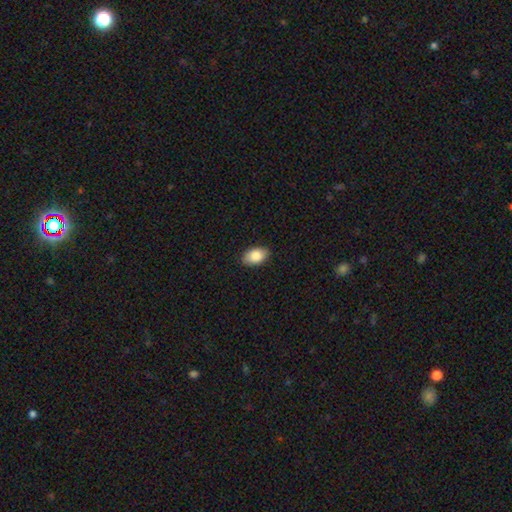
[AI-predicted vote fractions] Q: Smooth or featured?
A: smooth (87%); runner-up: star or artifact (7%)
Q: How rounded?
A: in between (92%); runner-up: round (7%)
Q: Merging?
A: none (88%); runner-up: minor disturbance (9%)